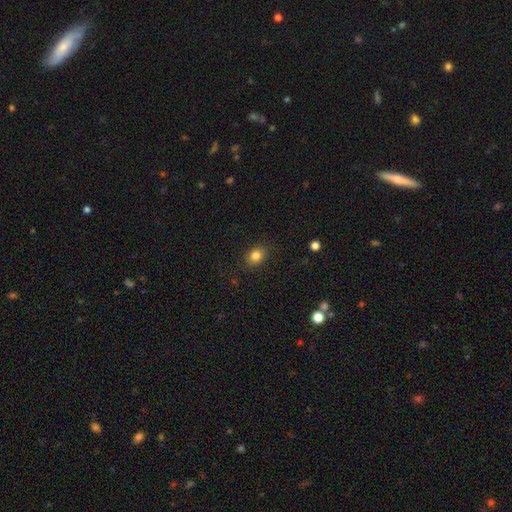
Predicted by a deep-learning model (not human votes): This is clearly a smooth galaxy (83%). How rounded: possibly round (53%). Merging: clearly none (86%).